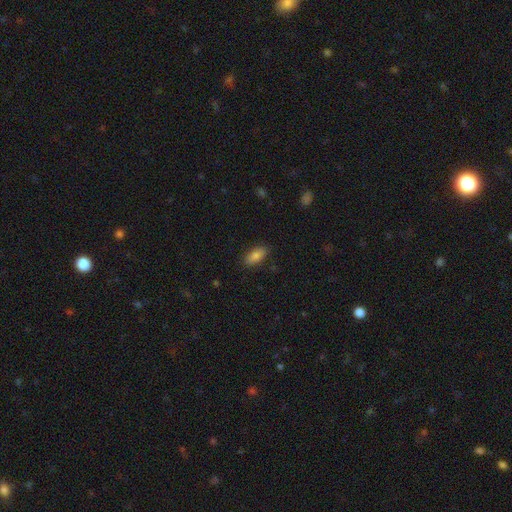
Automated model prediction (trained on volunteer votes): Smooth or featured?
  - smooth: 82% *
  - featured or disk: 11%
  - star or artifact: 8%
How rounded?
  - in between: 88% *
  - cigar-shaped: 9%
  - round: 3%
Merging?
  - none: 87% *
  - minor disturbance: 10%
  - major disturbance: 2%
  - merger: 1%